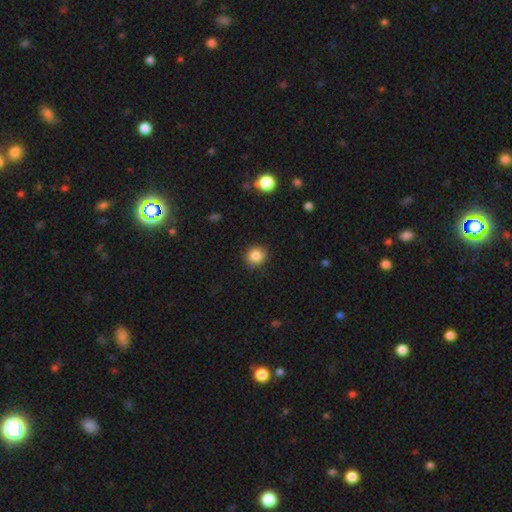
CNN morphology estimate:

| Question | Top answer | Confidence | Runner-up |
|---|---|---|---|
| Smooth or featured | smooth | 85% | star or artifact (10%) |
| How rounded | round | 88% | in between (11%) |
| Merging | none | 88% | minor disturbance (8%) |